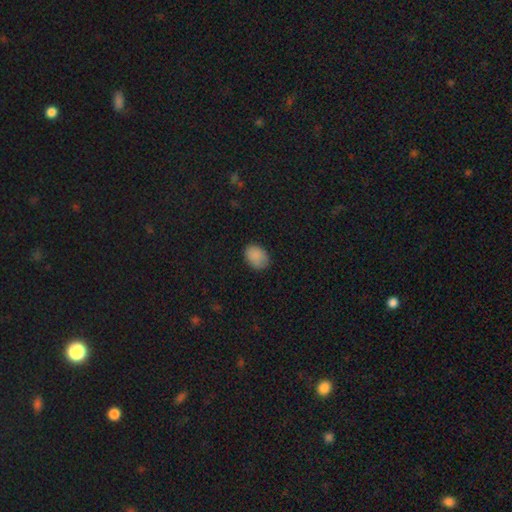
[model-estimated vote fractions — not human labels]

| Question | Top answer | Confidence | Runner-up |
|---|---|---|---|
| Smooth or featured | smooth | 87% | star or artifact (9%) |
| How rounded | in between | 74% | round (25%) |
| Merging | none | 83% | minor disturbance (13%) |